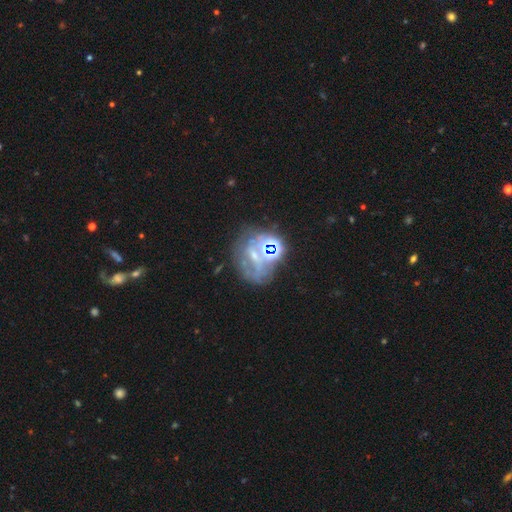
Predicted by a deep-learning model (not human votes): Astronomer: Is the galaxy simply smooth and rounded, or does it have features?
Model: featured or disk — 41% (runner-up: star or artifact, 40%).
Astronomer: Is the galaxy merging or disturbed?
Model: none — 51%.